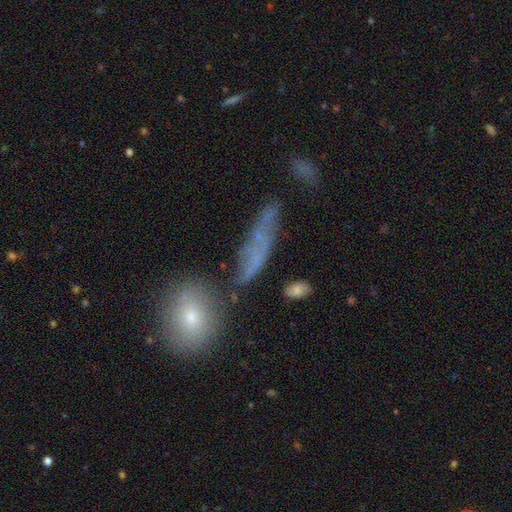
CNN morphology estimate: The model was most divided on "smooth or featured": smooth: 49%, featured or disk: 36%, star or artifact: 15%. More confident: merging — none (53%).